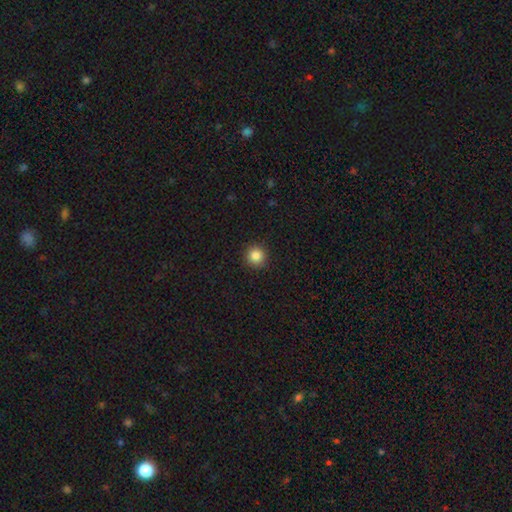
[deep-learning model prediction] The model was most divided on "smooth or featured": smooth: 85%, star or artifact: 11%, featured or disk: 4%. More confident: how rounded — round (95%); merging — none (92%).